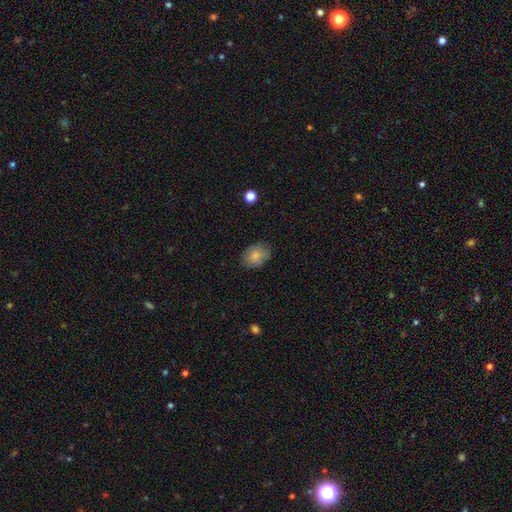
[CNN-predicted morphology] type=smooth (83%); roundness=in between (67%); merging=none (79%).